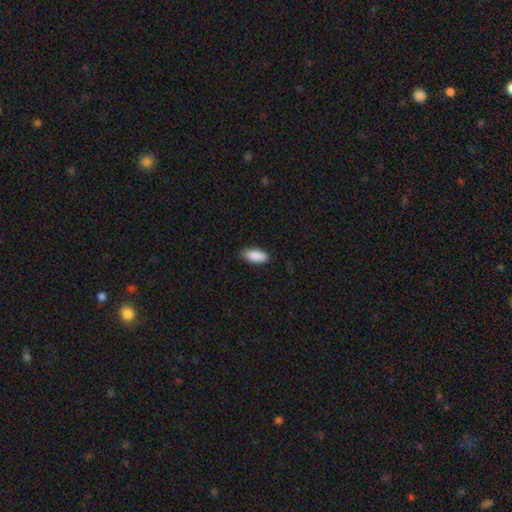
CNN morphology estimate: A smooth galaxy with no disk features (90%) that is in between round and cigar-shaped (89%). Merging: none (87%).